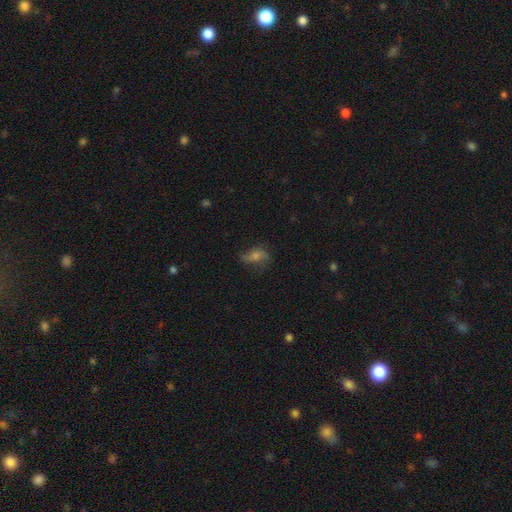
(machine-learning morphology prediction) A featured or disk galaxy (54%). Merging: none (64%).